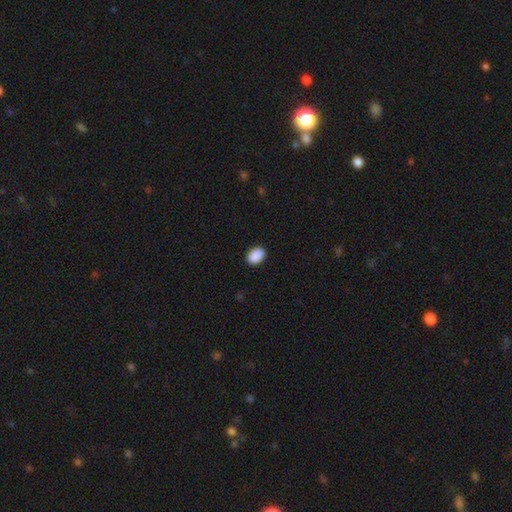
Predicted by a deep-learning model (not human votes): Overall: smooth (91%). How rounded: in between (82%). Merging: none (90%).